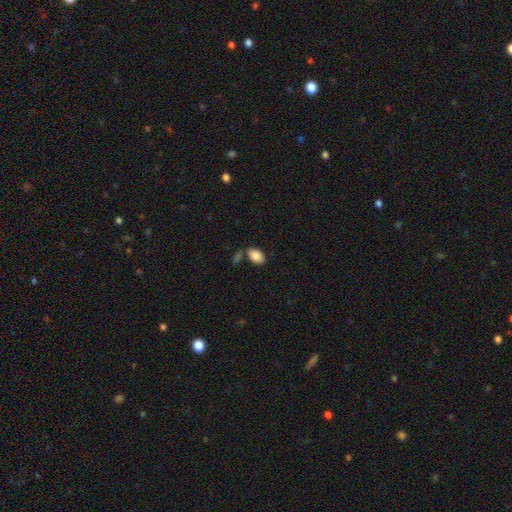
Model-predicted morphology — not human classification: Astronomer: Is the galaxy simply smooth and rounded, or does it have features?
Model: smooth — 87%.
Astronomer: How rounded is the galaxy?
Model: in between — 92%.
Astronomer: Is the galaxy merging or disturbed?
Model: none — 74%.